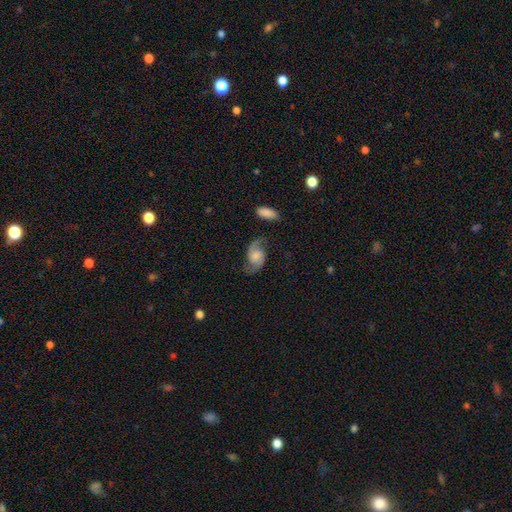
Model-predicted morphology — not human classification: featured or disk 72%, smooth 21%, star or artifact 7%. Down the decision tree: edge-on disk — no (97%); bar — no (65%); spiral arms — yes (94%); spiral arm count — 2 (91%); spiral winding — loose (51%); bulge size — small (30%); merging — none (66%).